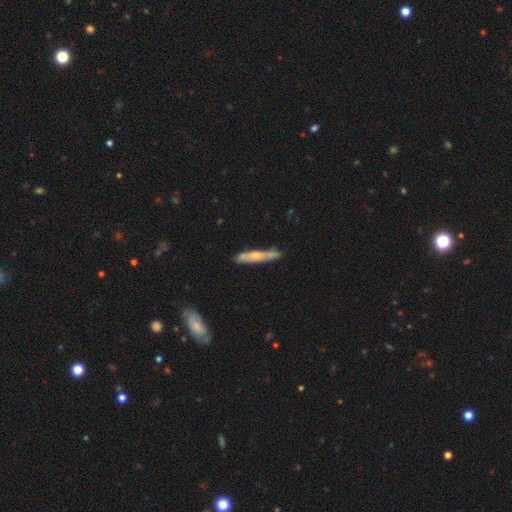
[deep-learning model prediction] This is possibly a featured or disk galaxy (50%). Merging: likely none (76%).